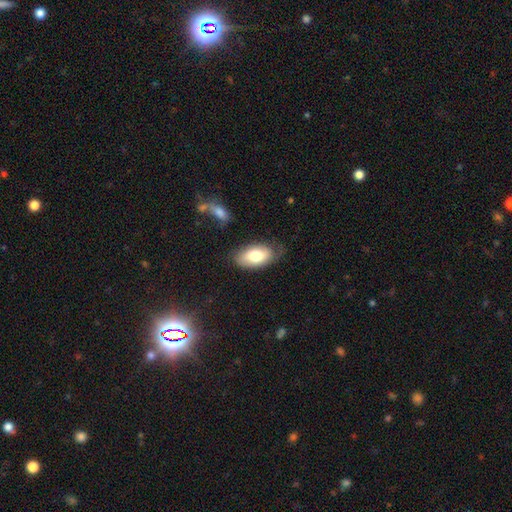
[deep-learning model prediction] smooth_or_featured: smooth (p=0.76) [alt: featured or disk p=0.18]
how_rounded: in between (p=0.94) [alt: cigar-shaped p=0.03]
merging: none (p=0.69) [alt: minor disturbance p=0.23]